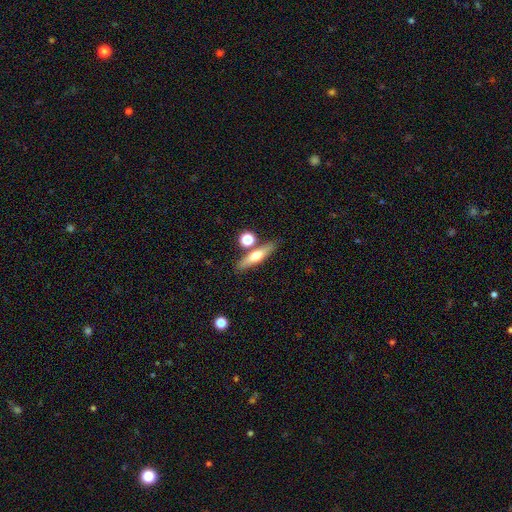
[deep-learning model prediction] This is possibly a smooth galaxy (51%). How rounded: likely cigar-shaped (70%). Merging: likely none (74%).